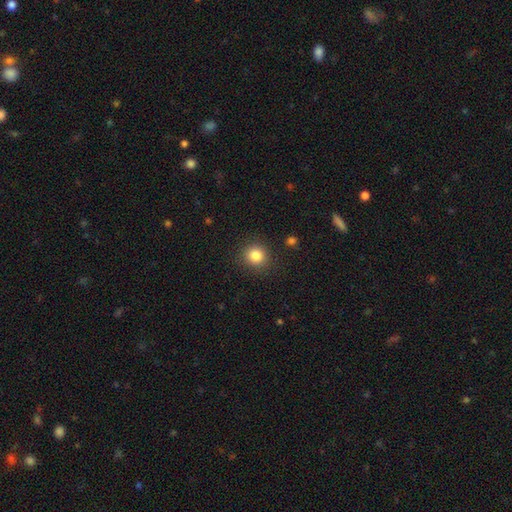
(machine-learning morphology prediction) This is clearly a smooth galaxy (84%). How rounded: clearly round (90%). Merging: clearly none (89%).